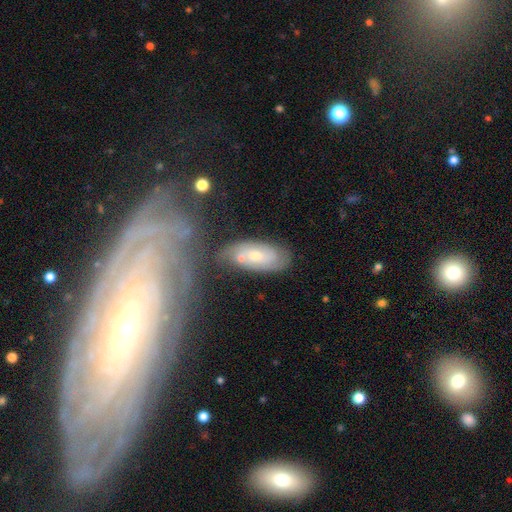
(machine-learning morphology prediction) A featured or disk galaxy (48%).

Vote fractions:
- Smooth or featured? featured or disk: 48% / smooth: 44% / star or artifact: 8%
- Merging? none: 57% / merger: 20% / minor disturbance: 17% / major disturbance: 6%